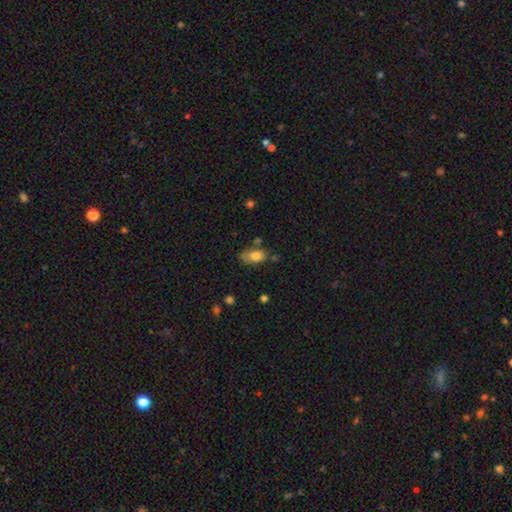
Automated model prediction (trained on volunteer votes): A smooth galaxy with no disk features (78%) that is in between round and cigar-shaped (88%). Merging: none (49%).